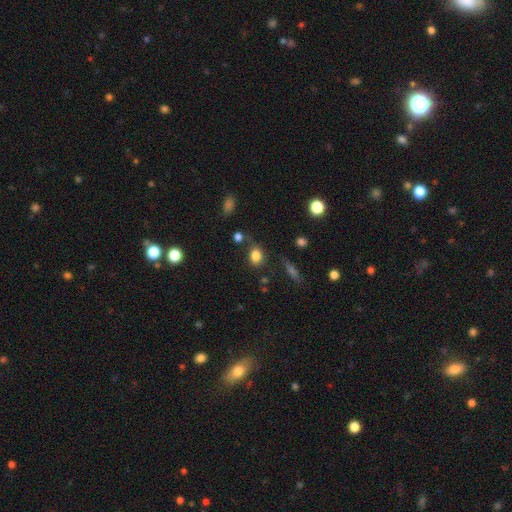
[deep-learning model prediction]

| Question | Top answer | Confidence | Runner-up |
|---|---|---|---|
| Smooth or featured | smooth | 82% | star or artifact (11%) |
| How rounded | in between | 51% | round (47%) |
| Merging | none | 68% | minor disturbance (19%) |